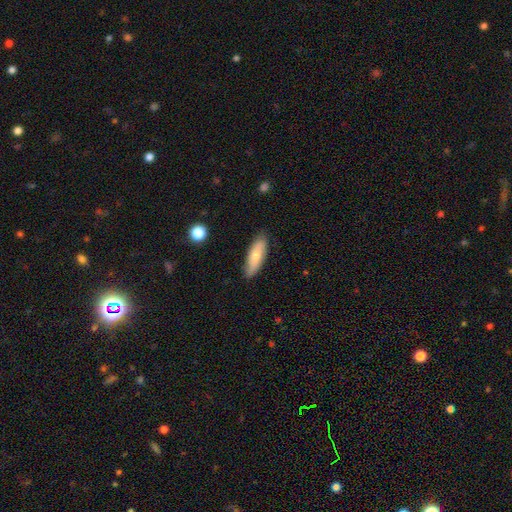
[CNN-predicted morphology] A smooth galaxy with no disk features (72%) that is in between round and cigar-shaped (55%).

Vote fractions:
- Smooth or featured? smooth: 72% / featured or disk: 22% / star or artifact: 6%
- How rounded? in between: 55% / cigar-shaped: 42% / round: 2%
- Merging? none: 84% / minor disturbance: 13% / major disturbance: 2% / merger: 1%